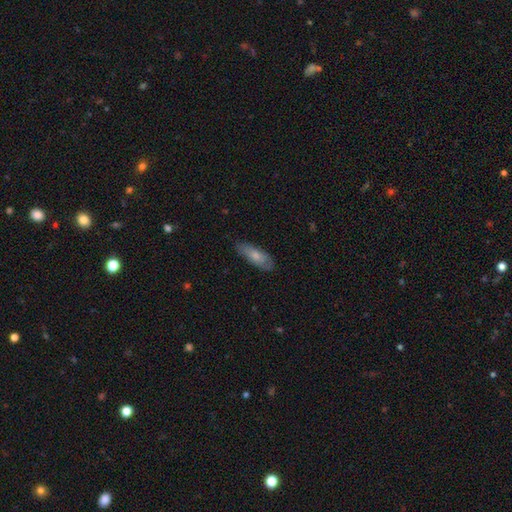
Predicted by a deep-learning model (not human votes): Smooth or featured: smooth — 72% (featured or disk — 22%)
How rounded: in between — 67% (cigar-shaped — 31%)
Merging: none — 76% (minor disturbance — 20%)